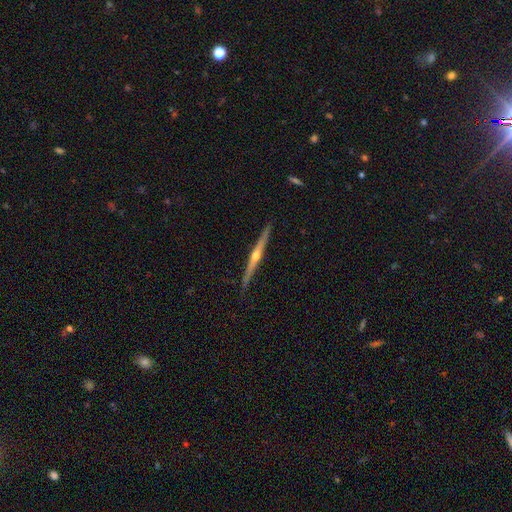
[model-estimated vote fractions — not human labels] Q: Smooth or featured?
A: featured or disk (78%); runner-up: smooth (16%)
Q: Edge-on disk?
A: yes (98%); runner-up: no (2%)
Q: Edge-on bulge?
A: rounded (88%); runner-up: none (9%)
Q: Merging?
A: none (90%); runner-up: minor disturbance (7%)